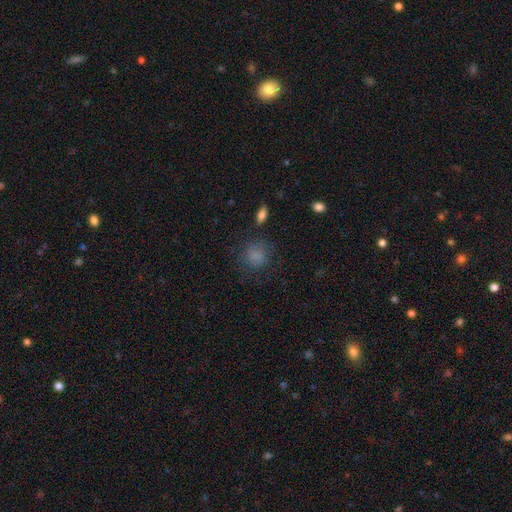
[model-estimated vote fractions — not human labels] smooth 80%, star or artifact 13%, featured or disk 7%. Down the decision tree: how rounded — round (80%); merging — none (74%).